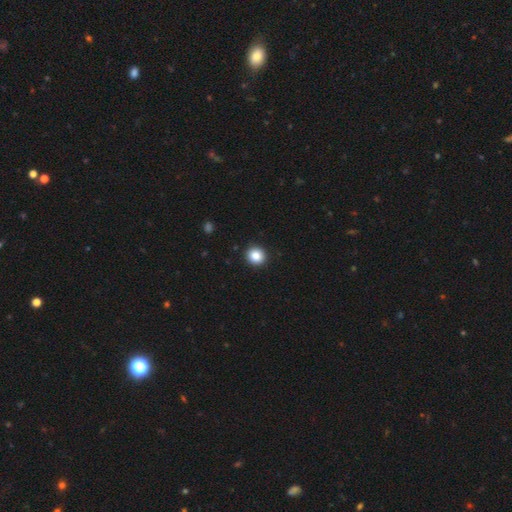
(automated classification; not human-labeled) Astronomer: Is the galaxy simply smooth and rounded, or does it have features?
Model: smooth — 86%.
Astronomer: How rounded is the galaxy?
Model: round — 89%.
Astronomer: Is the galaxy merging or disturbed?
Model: none — 93%.